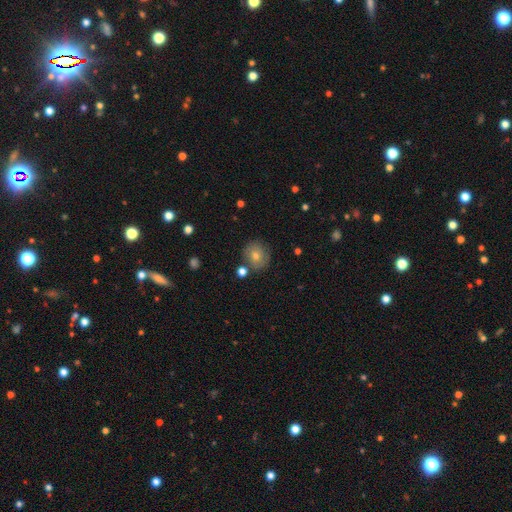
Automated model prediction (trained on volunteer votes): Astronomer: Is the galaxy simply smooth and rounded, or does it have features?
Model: smooth — 63%.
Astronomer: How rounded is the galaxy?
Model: round — 88%.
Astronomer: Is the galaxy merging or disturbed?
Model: none — 83%.